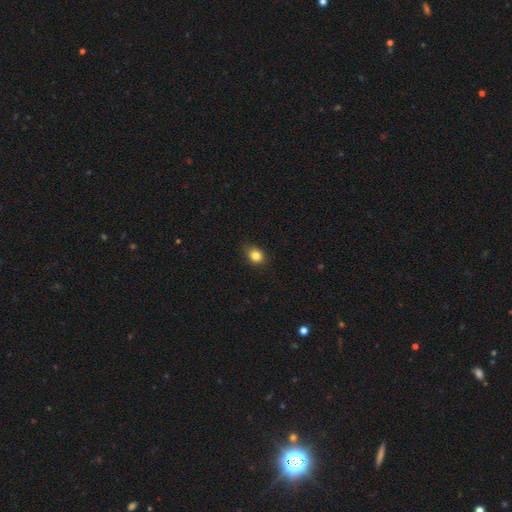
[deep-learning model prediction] Smooth or featured? Predicted: smooth (p=0.83). How rounded? Predicted: round (p=0.52). Merging? Predicted: none (p=0.78).